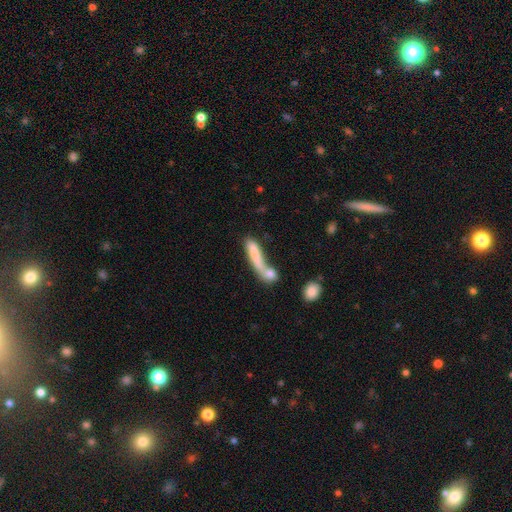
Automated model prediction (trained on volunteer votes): Smooth or featured? Predicted: smooth (p=0.72). How rounded? Predicted: cigar-shaped (p=0.77). Merging? Predicted: merger (p=0.47).